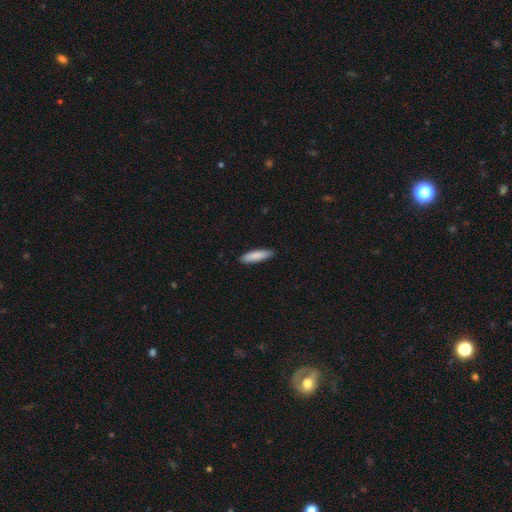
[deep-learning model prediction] Smooth or featured? Predicted: smooth (p=0.88). How rounded? Predicted: cigar-shaped (p=0.68). Merging? Predicted: none (p=0.88).